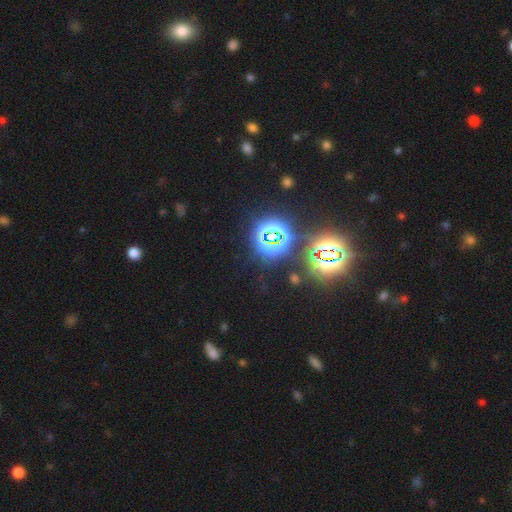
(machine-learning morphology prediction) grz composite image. It shows a star or artifact, not a galaxy (79%).